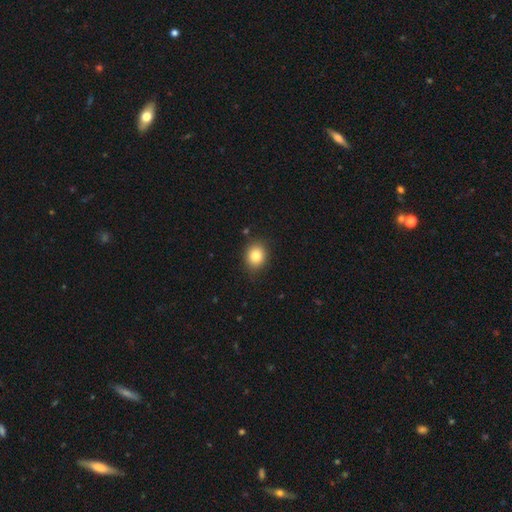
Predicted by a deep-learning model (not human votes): A smooth galaxy with no disk features (84%) that is round (62%).

Vote fractions:
- Smooth or featured? smooth: 84% / star or artifact: 10% / featured or disk: 6%
- How rounded? round: 62% / in between: 37% / cigar-shaped: 1%
- Merging? none: 86% / minor disturbance: 10% / major disturbance: 2% / merger: 1%